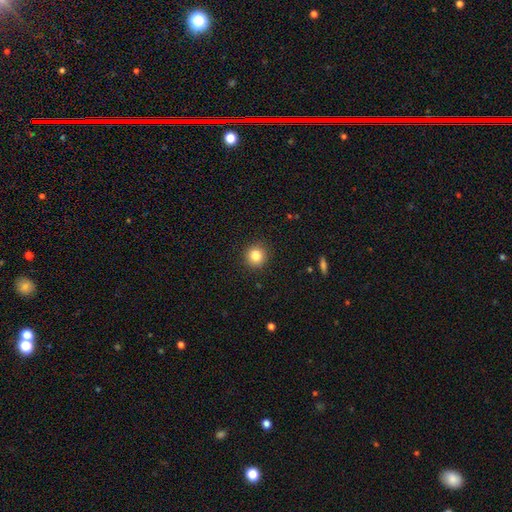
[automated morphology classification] This appears to be a smooth galaxy with no disk features (83%) that is round (93%). Merging: none (91%).